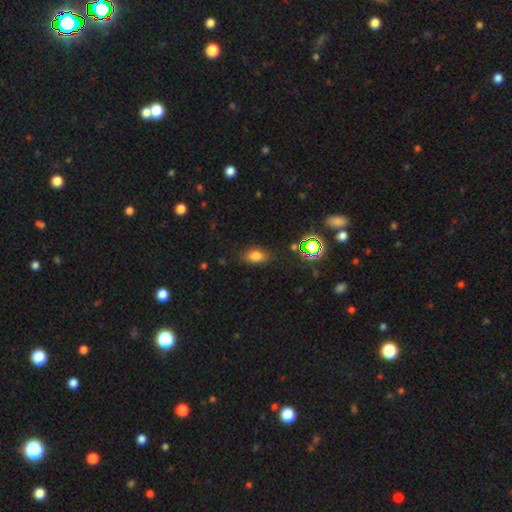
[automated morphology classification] Smooth or featured? Predicted: smooth (p=0.75). How rounded? Predicted: in between (p=0.82). Merging? Predicted: none (p=0.82).